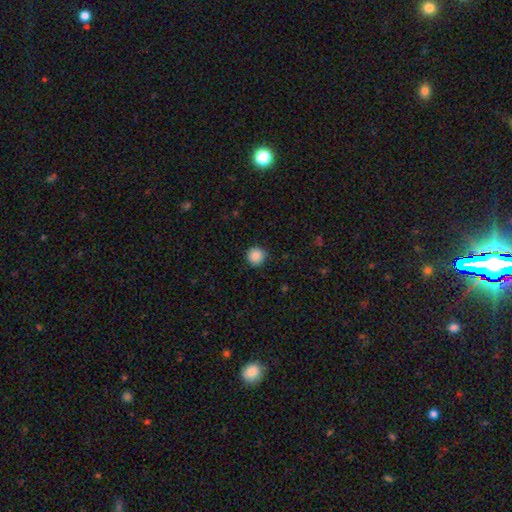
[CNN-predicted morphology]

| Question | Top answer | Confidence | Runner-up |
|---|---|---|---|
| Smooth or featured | smooth | 88% | star or artifact (9%) |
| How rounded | round | 95% | in between (4%) |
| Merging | none | 89% | minor disturbance (8%) |